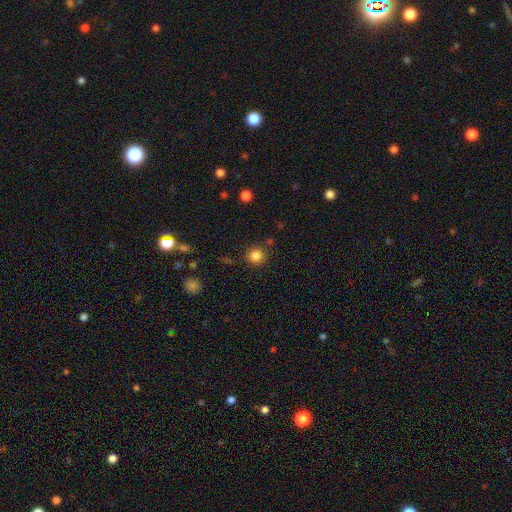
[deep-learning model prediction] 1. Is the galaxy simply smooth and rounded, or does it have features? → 84% smooth, 12% star or artifact, 4% featured or disk.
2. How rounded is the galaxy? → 93% round, 6% in between, 1% cigar-shaped.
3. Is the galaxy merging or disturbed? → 83% none, 10% minor disturbance, 4% merger, 3% major disturbance.